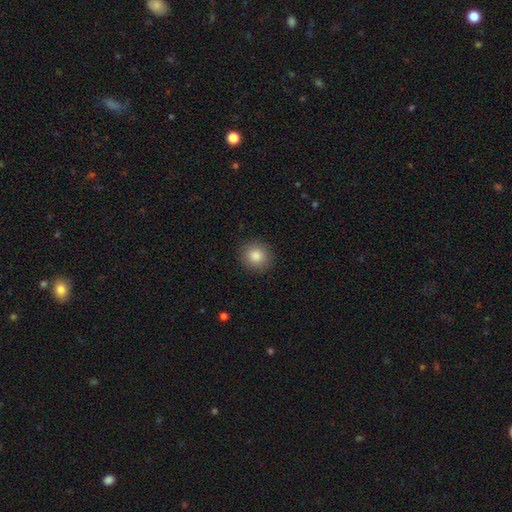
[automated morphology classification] Overall: smooth (85%). How rounded: round (87%). Merging: none (90%).